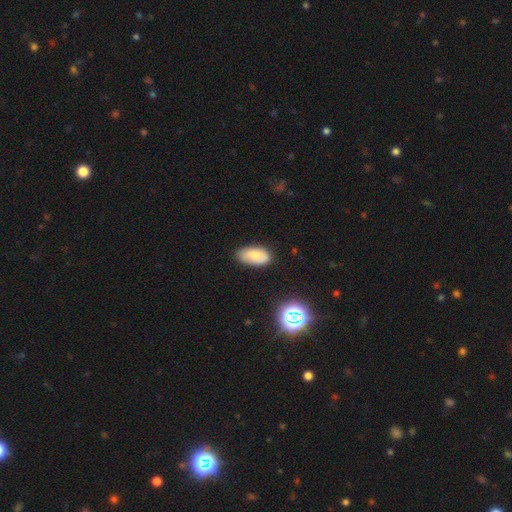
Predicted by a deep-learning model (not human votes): Overall: smooth (73%). How rounded: in between (93%). Merging: none (74%).